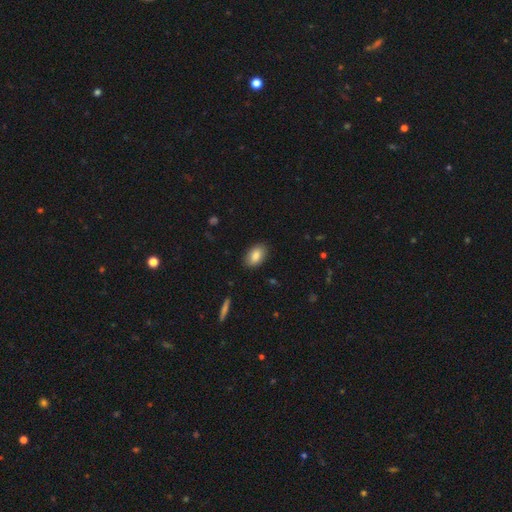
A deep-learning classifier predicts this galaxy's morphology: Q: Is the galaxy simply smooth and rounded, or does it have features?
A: smooth — 85%.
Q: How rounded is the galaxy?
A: in between — 91%.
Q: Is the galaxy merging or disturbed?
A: none — 87%.